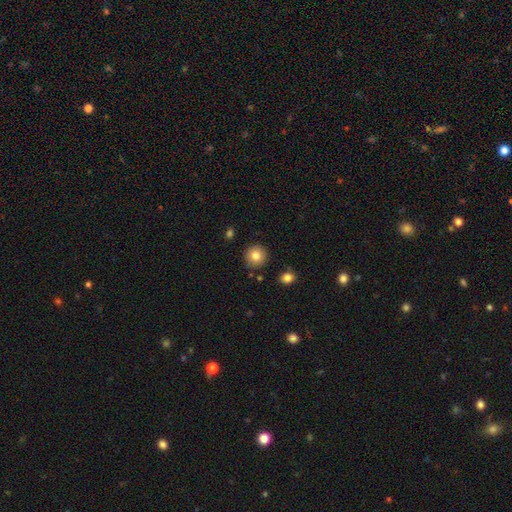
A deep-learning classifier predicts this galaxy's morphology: A smooth galaxy with no disk features (82%) that is round (93%). Merging: none (89%).